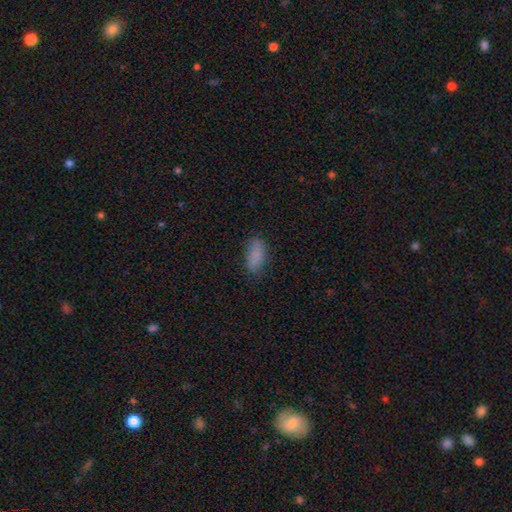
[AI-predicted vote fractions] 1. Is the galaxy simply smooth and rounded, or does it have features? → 84% smooth, 9% star or artifact, 7% featured or disk.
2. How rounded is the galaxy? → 86% in between, 11% cigar-shaped, 3% round.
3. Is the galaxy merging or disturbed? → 76% none, 18% minor disturbance, 5% major disturbance, 1% merger.